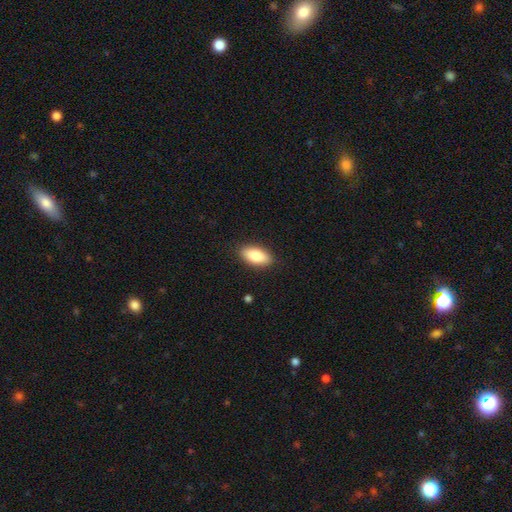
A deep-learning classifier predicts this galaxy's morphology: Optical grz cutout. It shows a smooth galaxy with no disk features (84%) that is in between round and cigar-shaped (88%). Merging: none (88%).